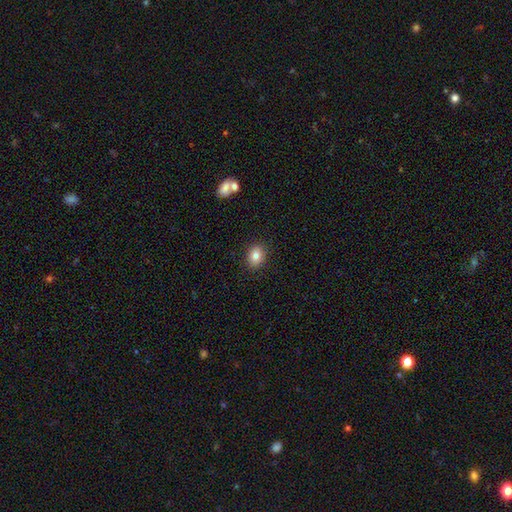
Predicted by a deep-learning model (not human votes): Overall: smooth (82%). How rounded: in between (58%; round 41%). Merging: none (89%).